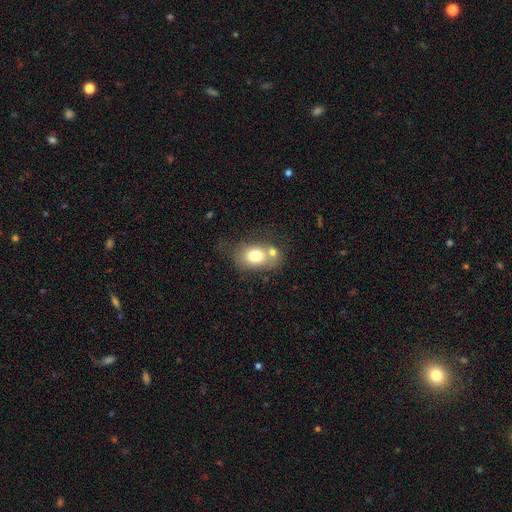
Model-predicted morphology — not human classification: A smooth galaxy with no disk features (73%) that is in between round and cigar-shaped (67%).

Vote fractions:
- Smooth or featured? smooth: 73% / featured or disk: 18% / star or artifact: 9%
- How rounded? in between: 67% / round: 32% / cigar-shaped: 1%
- Merging? none: 40% / merger: 37% / minor disturbance: 16% / major disturbance: 7%